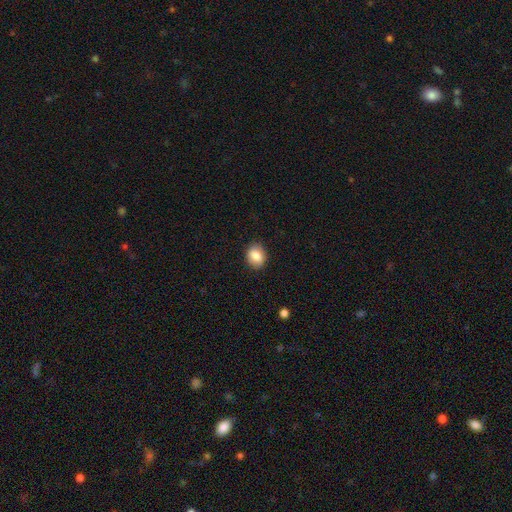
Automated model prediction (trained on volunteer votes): smooth 85%, star or artifact 8%, featured or disk 7%. Down the decision tree: how rounded — in between (56%); merging — none (87%).